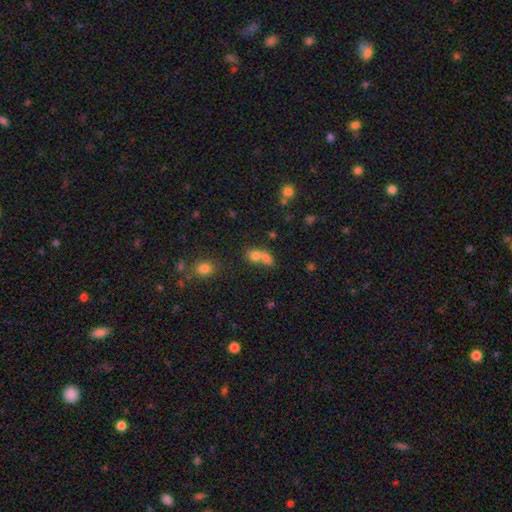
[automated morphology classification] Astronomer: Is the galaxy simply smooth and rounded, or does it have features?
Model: smooth — 73%.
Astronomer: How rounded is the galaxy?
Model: round — 53% (runner-up: in between, 45%).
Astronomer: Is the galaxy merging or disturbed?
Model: merger — 65%.